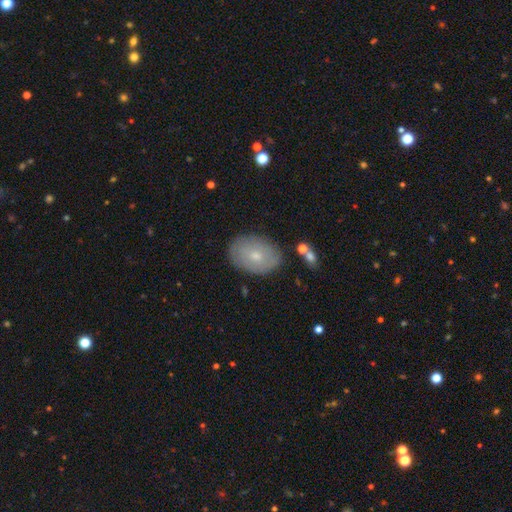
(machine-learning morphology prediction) Q: Smooth or featured?
A: smooth (62%); runner-up: featured or disk (31%)
Q: How rounded?
A: in between (82%); runner-up: round (17%)
Q: Merging?
A: none (83%); runner-up: minor disturbance (12%)